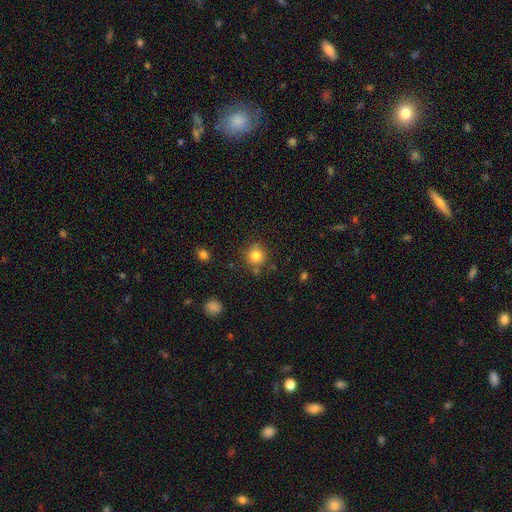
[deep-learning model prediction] Morphology: type=smooth (82%); roundness=round (91%); merging=none (79%).